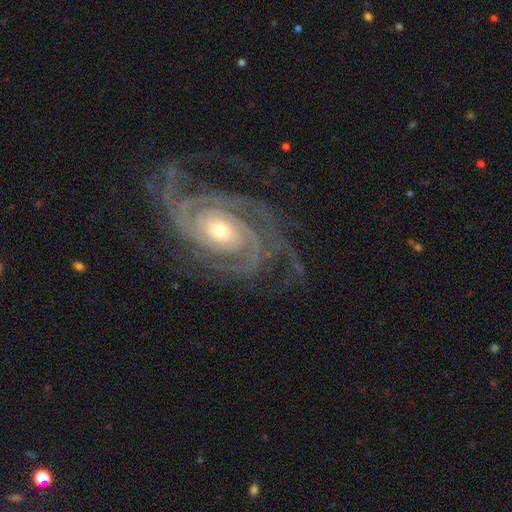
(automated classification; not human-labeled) Q: Smooth or featured?
A: featured or disk (92%); runner-up: star or artifact (5%)
Q: Edge-on disk?
A: no (97%); runner-up: yes (3%)
Q: Bar?
A: no (62%); runner-up: weak (24%)
Q: Spiral arms?
A: yes (99%); runner-up: no (1%)
Q: Spiral winding?
A: tight (70%); runner-up: medium (26%)
Q: Spiral arm count?
A: 3 (29%); runner-up: 4 (24%)
Q: Bulge size?
A: moderate (56%); runner-up: small (39%)
Q: Merging?
A: none (72%); runner-up: minor disturbance (17%)